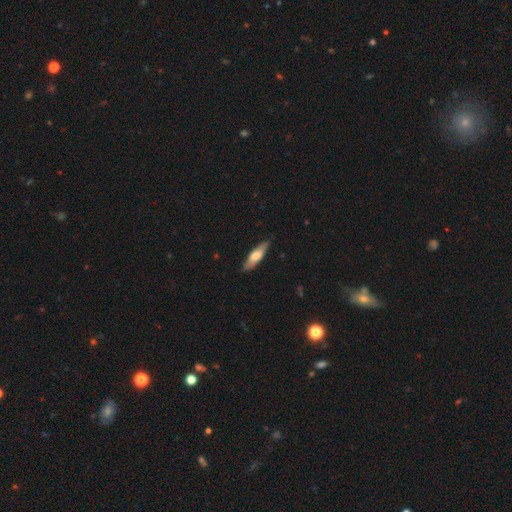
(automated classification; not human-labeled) smooth_or_featured: smooth (p=0.60) [alt: featured or disk p=0.34]
how_rounded: cigar-shaped (p=0.60) [alt: in between p=0.38]
merging: none (p=0.84) [alt: minor disturbance p=0.13]